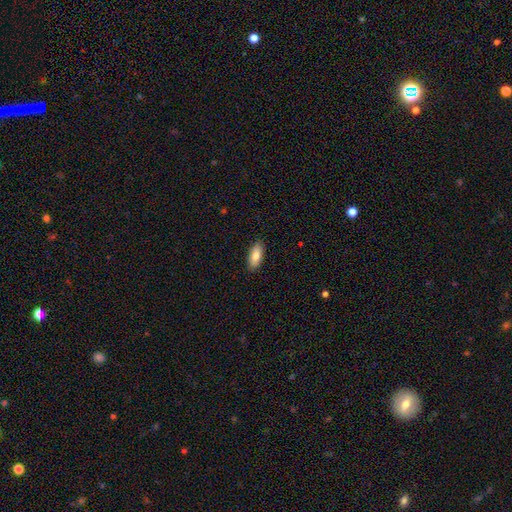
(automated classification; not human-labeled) Smooth or featured?
  - smooth: 84% *
  - featured or disk: 10%
  - star or artifact: 6%
How rounded?
  - in between: 80% *
  - cigar-shaped: 18%
  - round: 2%
Merging?
  - none: 89% *
  - minor disturbance: 8%
  - major disturbance: 2%
  - merger: 1%